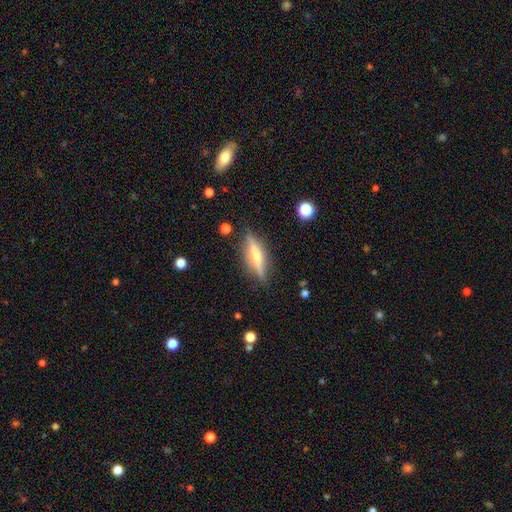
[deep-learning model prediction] This is likely a featured or disk galaxy (61%). It is clearly viewed edge-on (94%). Edge-on bulge: likely rounded (73%). Merging: clearly none (85%).